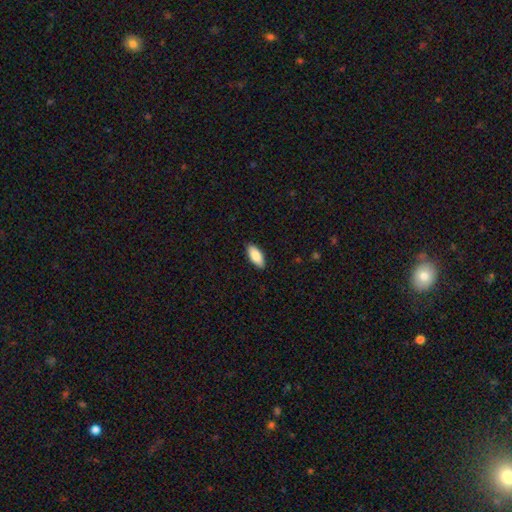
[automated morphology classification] A smooth galaxy with no disk features (86%) that is in between round and cigar-shaped (85%).

Vote fractions:
- Smooth or featured? smooth: 86% / featured or disk: 9% / star or artifact: 6%
- How rounded? in between: 85% / cigar-shaped: 13% / round: 2%
- Merging? none: 88% / minor disturbance: 9% / major disturbance: 2% / merger: 1%